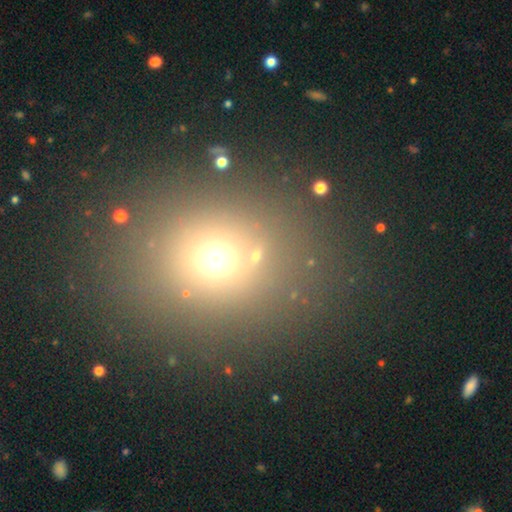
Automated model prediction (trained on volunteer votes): smooth_or_featured: smooth (p=0.55) [alt: star or artifact p=0.35]
how_rounded: round (p=0.81) [alt: in between p=0.17]
merging: none (p=0.75) [alt: merger p=0.11]